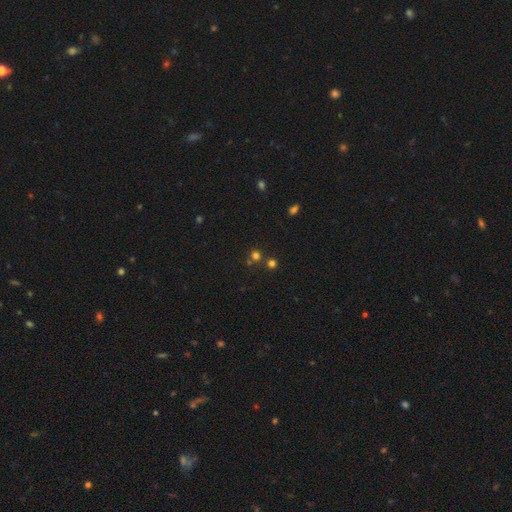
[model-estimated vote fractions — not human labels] smooth-or-featured: smooth: 65% | star or artifact: 28% | featured or disk: 7%
  how-rounded: round: 92% | in between: 7% | cigar-shaped: 1%
  merging: none: 71% | merger: 20% | minor disturbance: 7% | major disturbance: 3%